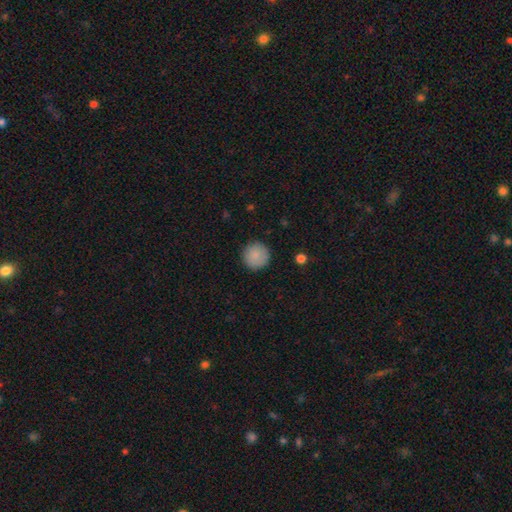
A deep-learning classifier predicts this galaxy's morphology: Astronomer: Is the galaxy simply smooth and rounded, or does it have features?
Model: smooth — 88%.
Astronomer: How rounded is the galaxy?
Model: round — 95%.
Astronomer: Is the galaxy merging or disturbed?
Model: none — 90%.